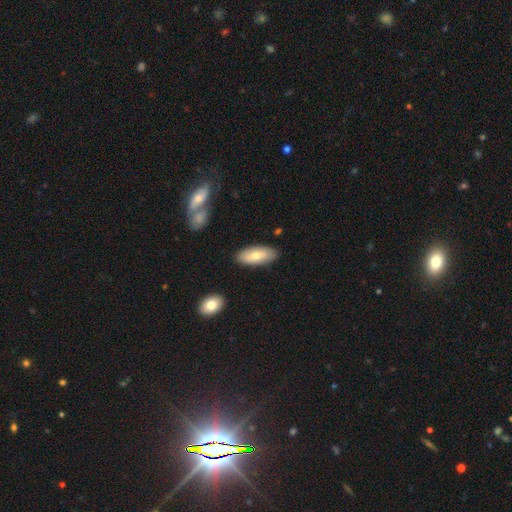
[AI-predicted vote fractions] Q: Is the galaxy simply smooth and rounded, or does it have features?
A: smooth — 70%.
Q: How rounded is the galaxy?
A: in between — 84%.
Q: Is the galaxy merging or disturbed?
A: none — 86%.